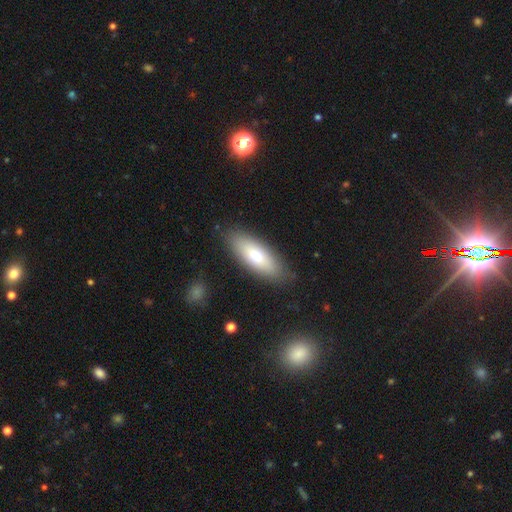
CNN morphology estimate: A smooth galaxy with no disk features (65%) that is in between round and cigar-shaped (71%).

Vote fractions:
- Smooth or featured? smooth: 65% / featured or disk: 28% / star or artifact: 7%
- How rounded? in between: 71% / cigar-shaped: 27% / round: 3%
- Merging? none: 86% / minor disturbance: 9% / major disturbance: 3% / merger: 1%